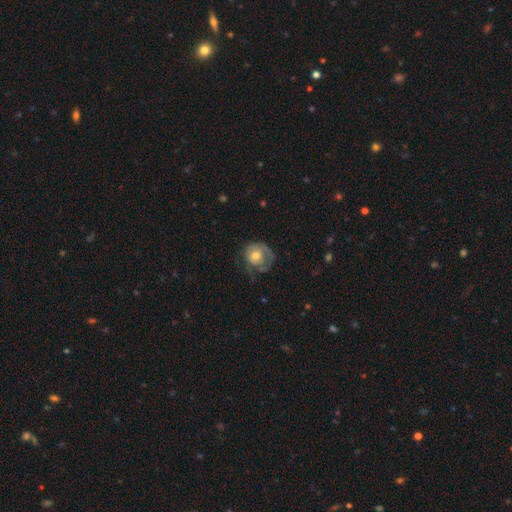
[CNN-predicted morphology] Smooth or featured: smooth — 47% (featured or disk — 46%)
Merging: none — 43% (major disturbance — 29%)